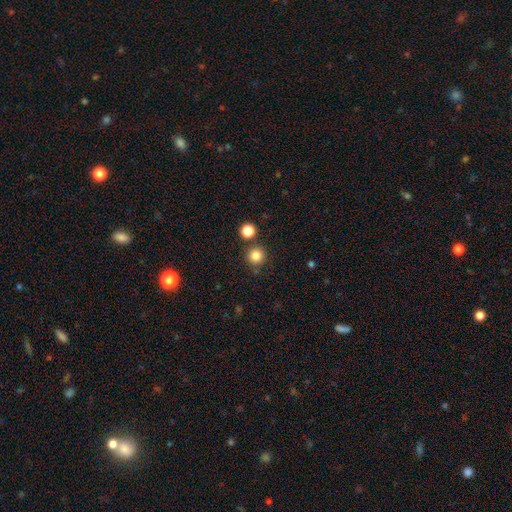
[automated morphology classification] This is clearly a smooth galaxy (83%). How rounded: clearly round (95%). Merging: clearly none (81%).